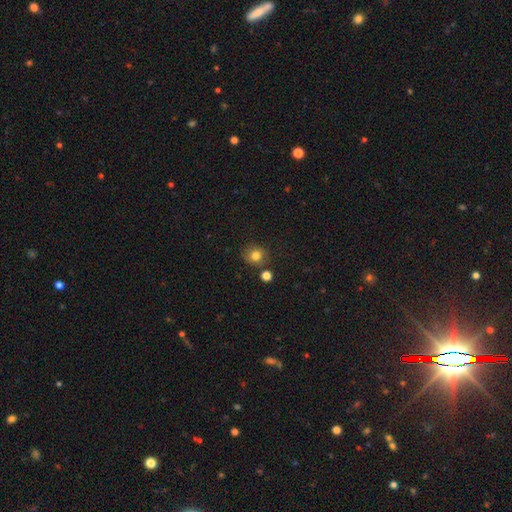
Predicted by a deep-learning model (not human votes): smooth_or_featured: smooth (p=0.80) [alt: star or artifact p=0.13]
how_rounded: round (p=0.84) [alt: in between p=0.15]
merging: none (p=0.79) [alt: minor disturbance p=0.11]